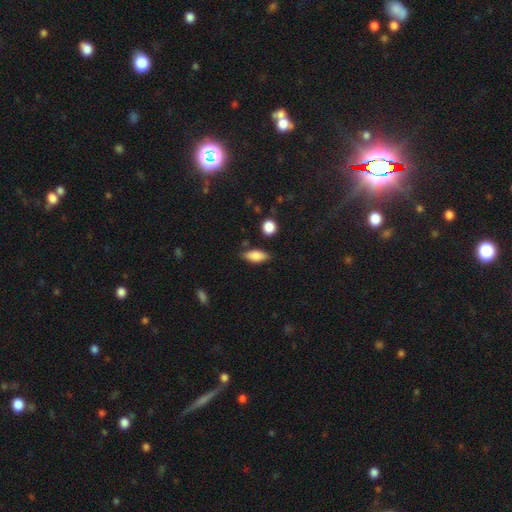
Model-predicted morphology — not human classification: type=smooth (75%); roundness=in between (78%); merging=none (77%).